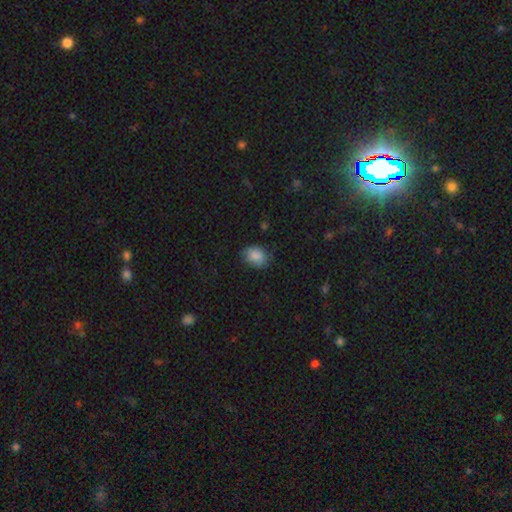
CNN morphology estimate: Smooth or featured? smooth (86%)
How rounded? in between (60%)
Merging? none (76%)